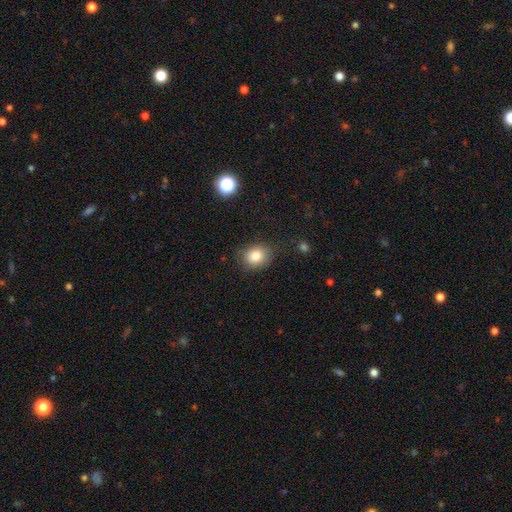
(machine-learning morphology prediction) smooth_or_featured: smooth (p=0.82) [alt: star or artifact p=0.10]
how_rounded: round (p=0.63) [alt: in between p=0.36]
merging: none (p=0.80) [alt: minor disturbance p=0.14]